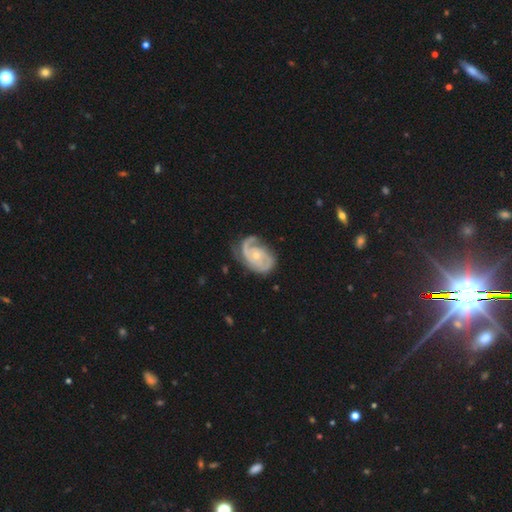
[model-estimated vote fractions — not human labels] Q: Smooth or featured?
A: featured or disk (87%); runner-up: smooth (9%)
Q: Edge-on disk?
A: no (98%); runner-up: yes (2%)
Q: Bar?
A: no (72%); runner-up: weak (23%)
Q: Spiral arms?
A: yes (96%); runner-up: no (4%)
Q: Spiral winding?
A: tight (50%); runner-up: medium (38%)
Q: Spiral arm count?
A: 2 (62%); runner-up: 1 (14%)
Q: Bulge size?
A: small (60%); runner-up: moderate (36%)
Q: Merging?
A: none (60%); runner-up: minor disturbance (25%)